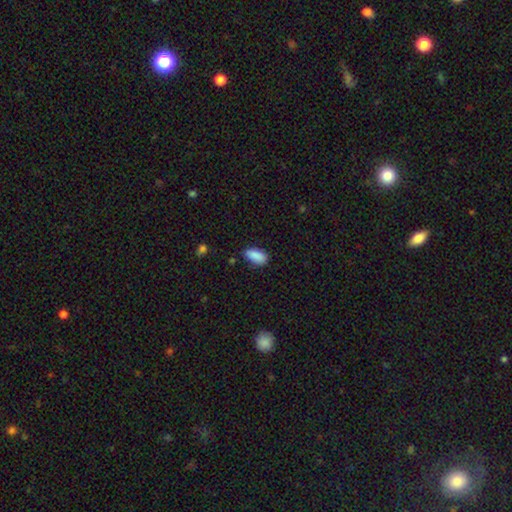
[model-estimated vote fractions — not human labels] Morphology: type=smooth (89%); roundness=in between (89%); merging=none (78%).